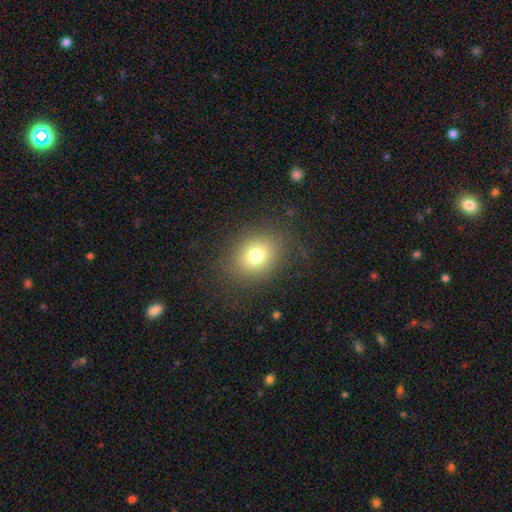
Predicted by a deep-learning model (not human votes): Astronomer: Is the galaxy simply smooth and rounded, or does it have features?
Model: smooth — 74%.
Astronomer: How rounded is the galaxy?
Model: round — 60% (runner-up: in between, 39%).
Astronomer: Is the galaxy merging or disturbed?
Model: none — 83%.